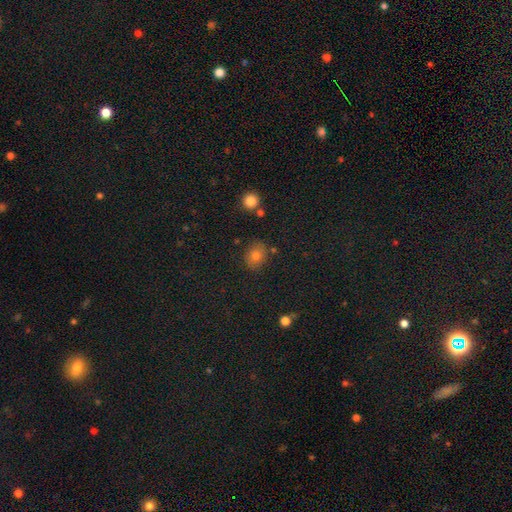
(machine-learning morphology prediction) smooth 73%, star or artifact 16%, featured or disk 11%. Down the decision tree: how rounded — round (50%); merging — none (81%).